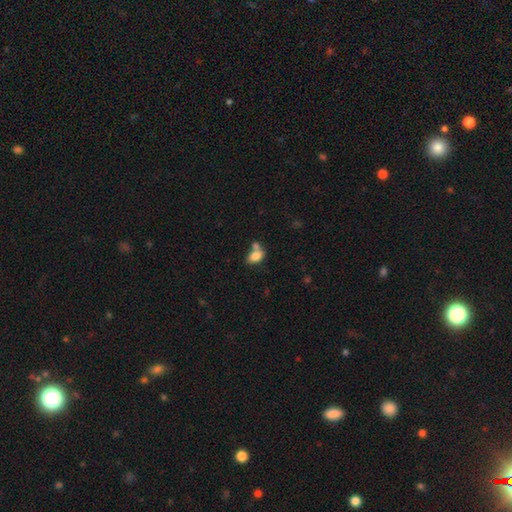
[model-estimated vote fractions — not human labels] Smooth or featured: smooth — 80% (featured or disk — 11%)
How rounded: in between — 84% (round — 14%)
Merging: merger — 44% (none — 38%)